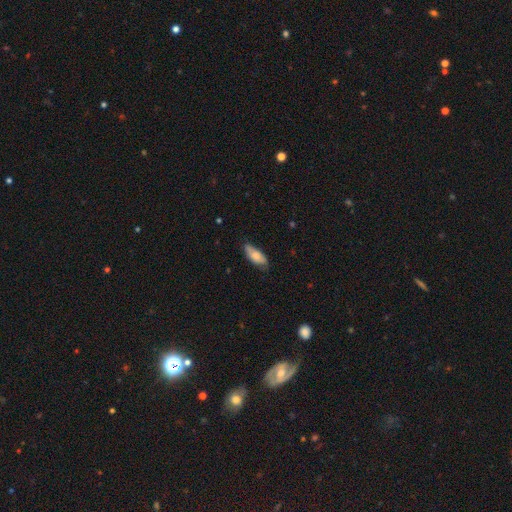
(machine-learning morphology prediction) A smooth galaxy with no disk features (74%) that is in between round and cigar-shaped (78%). Merging: none (68%).